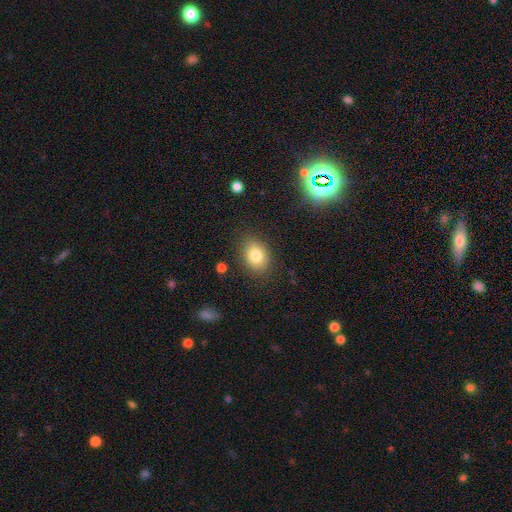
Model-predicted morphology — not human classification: Smooth or featured? Predicted: smooth (p=0.81). How rounded? Predicted: in between (p=0.67). Merging? Predicted: none (p=0.82).